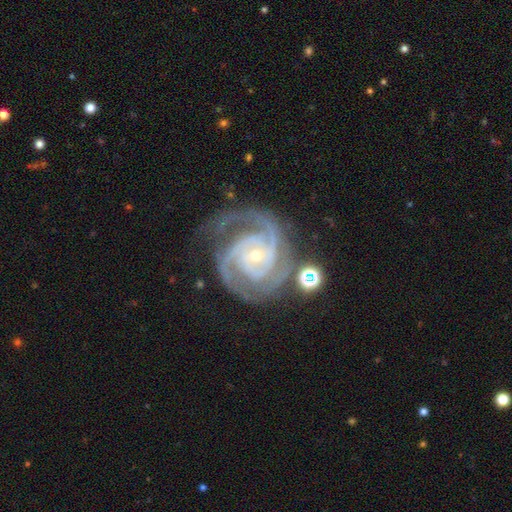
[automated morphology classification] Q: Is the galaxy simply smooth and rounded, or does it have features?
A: featured or disk — 93%.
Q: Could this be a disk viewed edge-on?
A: no — 98%.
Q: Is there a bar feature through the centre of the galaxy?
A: no — 64%.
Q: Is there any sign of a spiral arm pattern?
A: yes — 99%.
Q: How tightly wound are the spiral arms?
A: tight — 63%.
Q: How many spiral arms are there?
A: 3 — 40%.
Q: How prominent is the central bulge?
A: small — 74%.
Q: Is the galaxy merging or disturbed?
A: none — 64%.